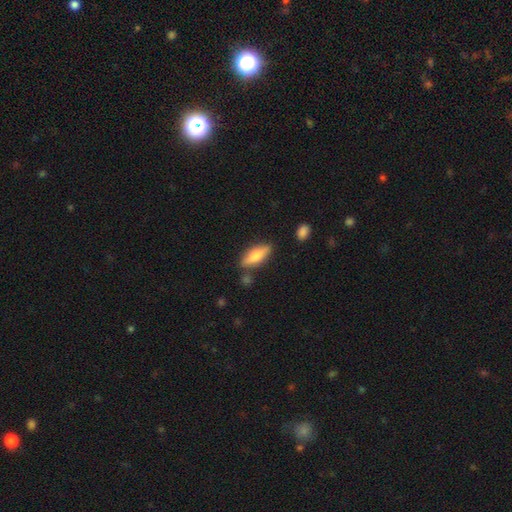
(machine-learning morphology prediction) smooth-or-featured: smooth: 66% | featured or disk: 28% | star or artifact: 6%
  how-rounded: in between: 58% | cigar-shaped: 39% | round: 2%
  merging: none: 78% | minor disturbance: 14% | merger: 4% | major disturbance: 3%